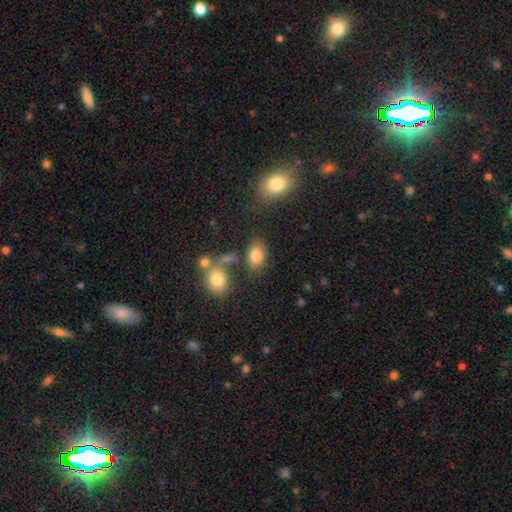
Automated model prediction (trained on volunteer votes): This is clearly a smooth galaxy (80%). How rounded: clearly in between (85%). Merging: likely none (70%).